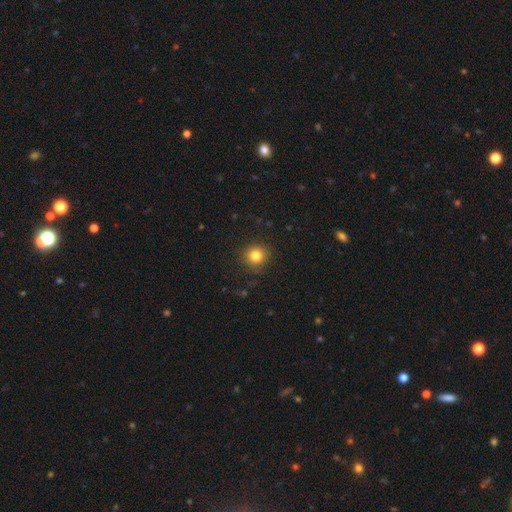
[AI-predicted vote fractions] This is clearly a smooth galaxy (82%). How rounded: clearly round (91%). Merging: clearly none (89%).